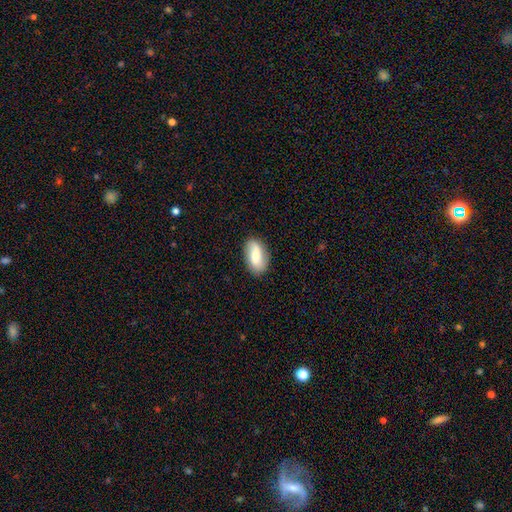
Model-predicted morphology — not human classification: The model was most divided on "smooth or featured": smooth: 66%, featured or disk: 27%, star or artifact: 7%. More confident: how rounded — in between (91%); merging — none (84%).